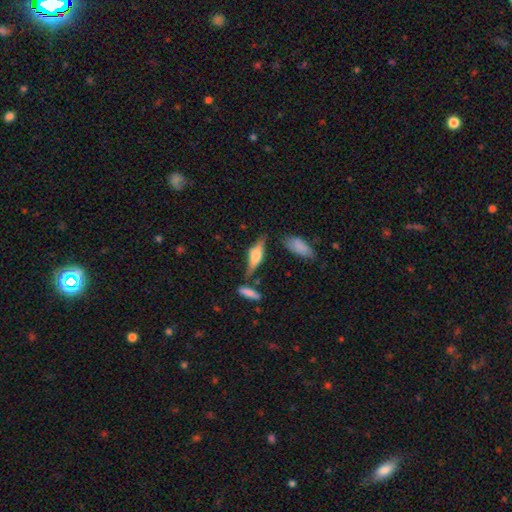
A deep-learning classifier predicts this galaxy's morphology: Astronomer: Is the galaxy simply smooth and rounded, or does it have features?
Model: featured or disk — 61%.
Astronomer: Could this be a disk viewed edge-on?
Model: yes — 94%.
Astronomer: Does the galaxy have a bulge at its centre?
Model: rounded — 85%.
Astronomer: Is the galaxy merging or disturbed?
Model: none — 72%.